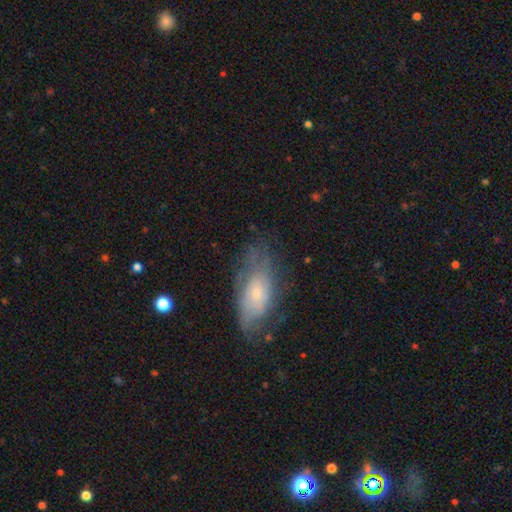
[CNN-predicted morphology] featured or disk 45%, smooth 40%, star or artifact 15%. Down the decision tree: merging — none (73%).